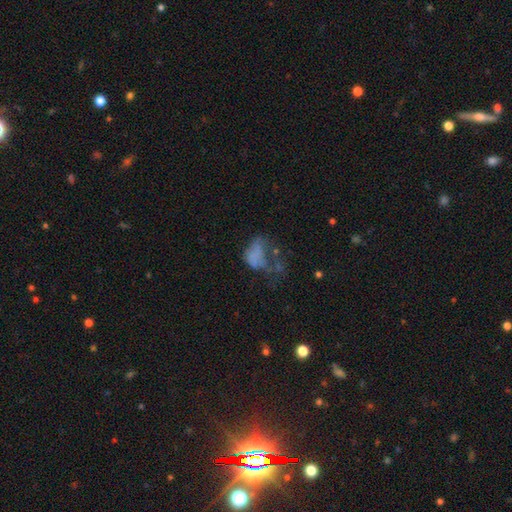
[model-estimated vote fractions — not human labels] smooth 47%, featured or disk 36%, star or artifact 16%. Down the decision tree: merging — major disturbance (51%).